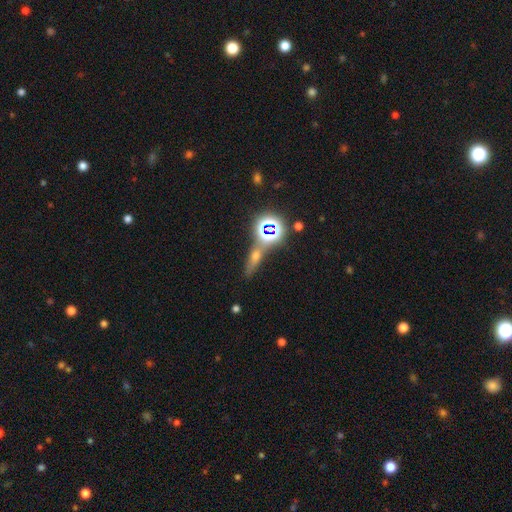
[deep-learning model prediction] Q: Smooth or featured?
A: star or artifact (39%); runner-up: smooth (38%)